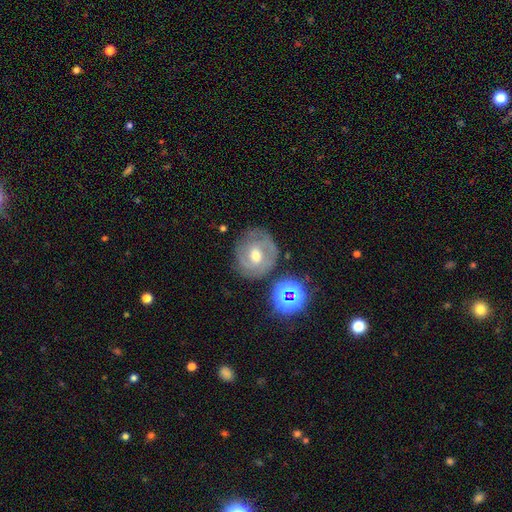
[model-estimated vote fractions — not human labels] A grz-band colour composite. It shows a featured or disk galaxy (66%) with no bar (47%), 2 (48%) tight (55%) spiral arms (84%) and a moderate central bulge (69%). Merging: none (70%).